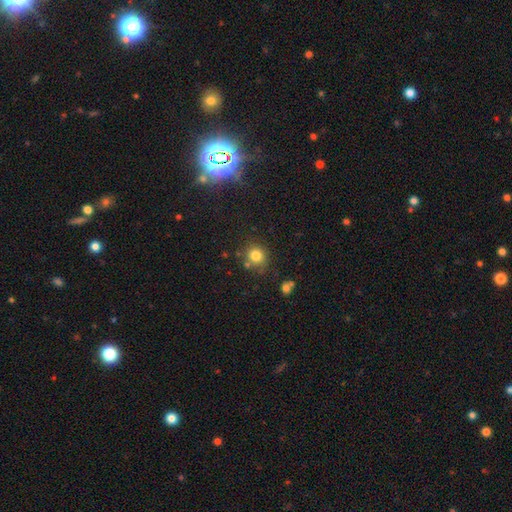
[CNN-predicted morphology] Smooth or featured? Predicted: smooth (p=0.81). How rounded? Predicted: round (p=0.85). Merging? Predicted: none (p=0.75).